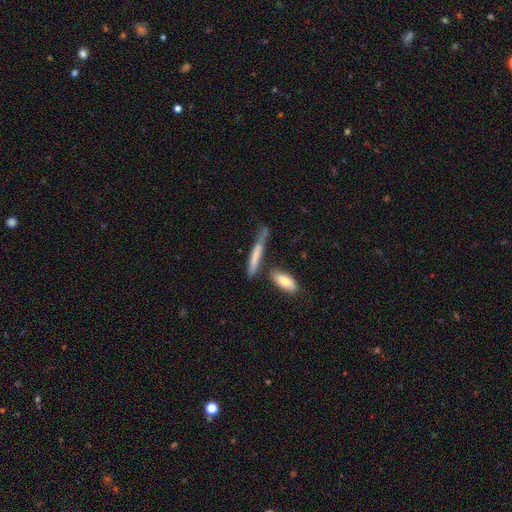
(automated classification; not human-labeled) smooth_or_featured: smooth (p=0.61) [alt: featured or disk p=0.31]
how_rounded: cigar-shaped (p=0.88) [alt: in between p=0.10]
merging: none (p=0.57) [alt: minor disturbance p=0.22]